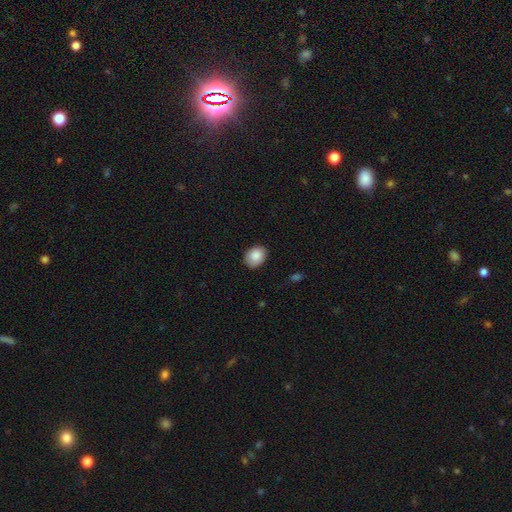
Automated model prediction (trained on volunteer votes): Smooth or featured? smooth (87%)
How rounded? in between (60%)
Merging? none (83%)